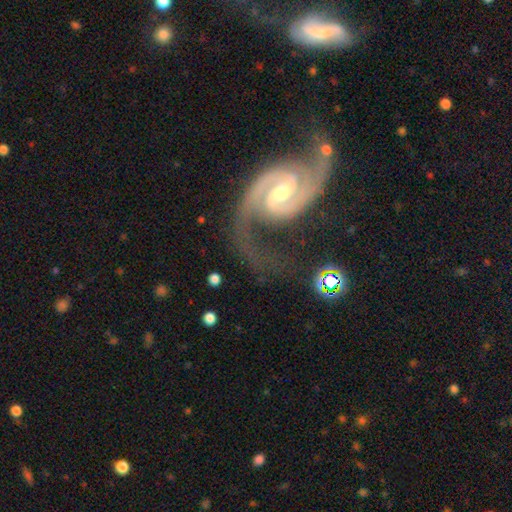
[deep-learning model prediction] Smooth or featured: featured or disk — 92% (star or artifact — 5%)
Edge-on disk: no — 98% (yes — 2%)
Bar: weak — 45% (strong — 30%)
Spiral arms: yes — 98% (no — 2%)
Spiral winding: medium — 54% (loose — 29%)
Spiral arm count: 2 — 92% (1 — 2%)
Bulge size: moderate — 52% (small — 42%)
Merging: none — 60% (minor disturbance — 17%)